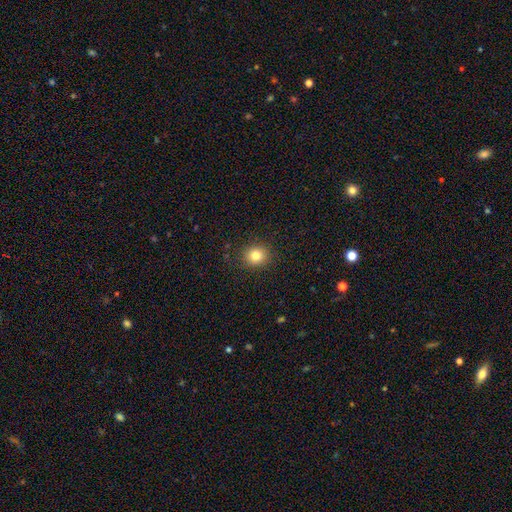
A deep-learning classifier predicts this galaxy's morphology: Smooth or featured? Predicted: smooth (p=0.81). How rounded? Predicted: round (p=0.83). Merging? Predicted: none (p=0.89).